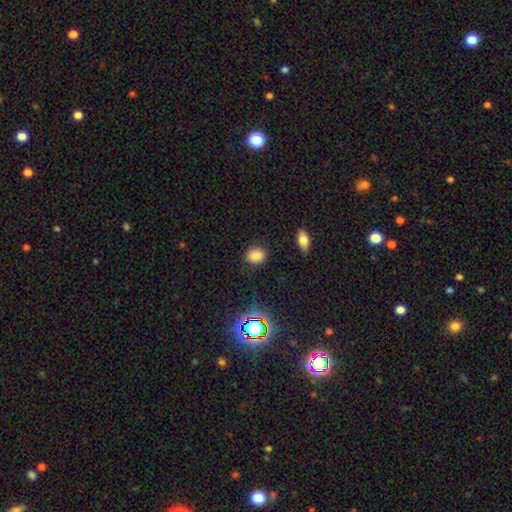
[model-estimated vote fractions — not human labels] smooth 81%, star or artifact 14%, featured or disk 6%. Down the decision tree: how rounded — round (51%); merging — none (86%).